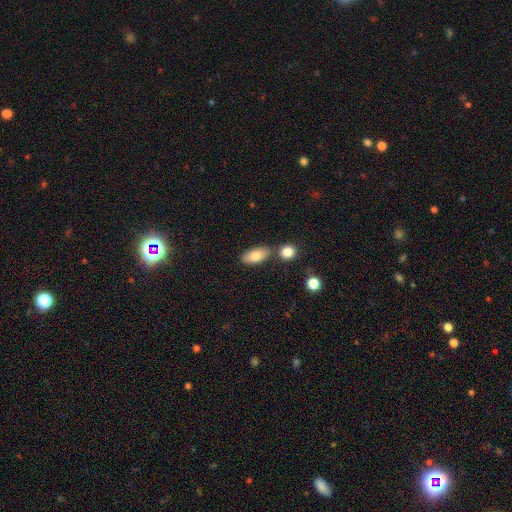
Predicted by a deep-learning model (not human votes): smooth-or-featured: smooth: 81% | featured or disk: 12% | star or artifact: 7%
  how-rounded: in between: 89% | cigar-shaped: 7% | round: 4%
  merging: none: 70% | merger: 15% | minor disturbance: 12% | major disturbance: 3%